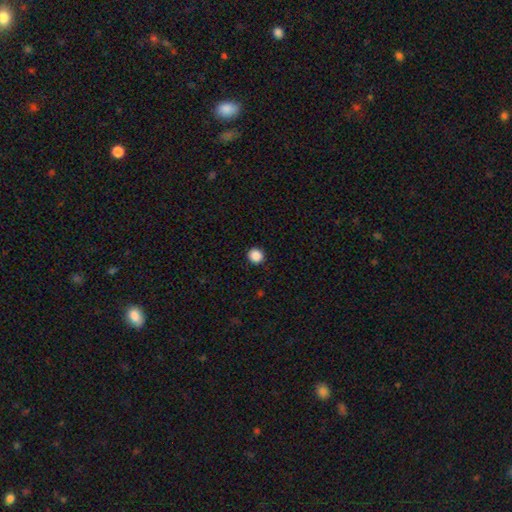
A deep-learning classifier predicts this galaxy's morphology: A smooth galaxy with no disk features (88%) that is round (92%). Merging: none (92%).